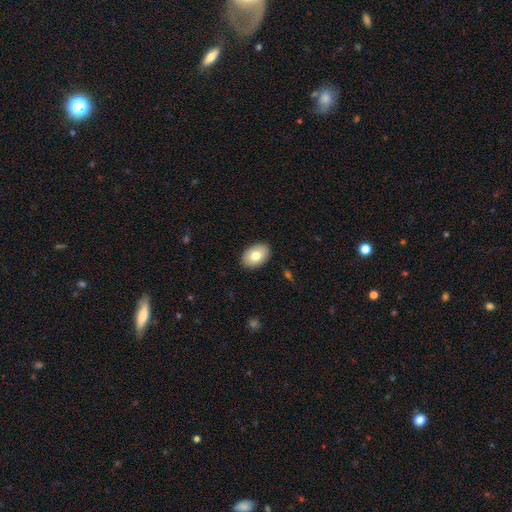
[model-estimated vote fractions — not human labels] Smooth or featured? smooth (79%)
How rounded? in between (86%)
Merging? none (89%)